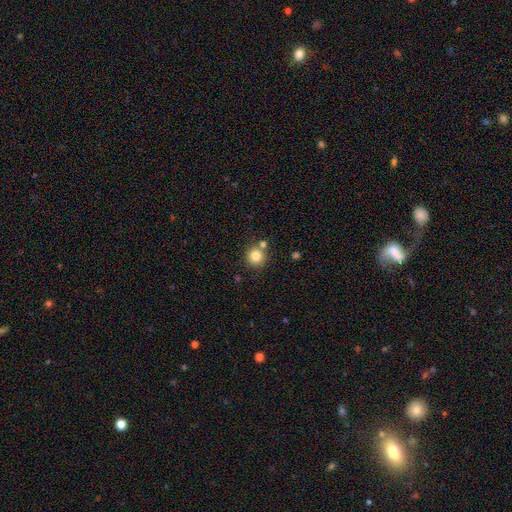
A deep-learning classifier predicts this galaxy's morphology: Smooth or featured? Predicted: smooth (p=0.82). How rounded? Predicted: round (p=0.94). Merging? Predicted: none (p=0.75).